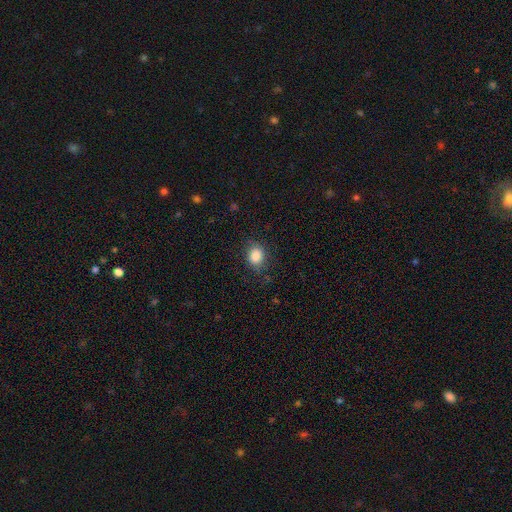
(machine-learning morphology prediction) Smooth or featured? Predicted: smooth (p=0.85). How rounded? Predicted: in between (p=0.51). Merging? Predicted: none (p=0.74).